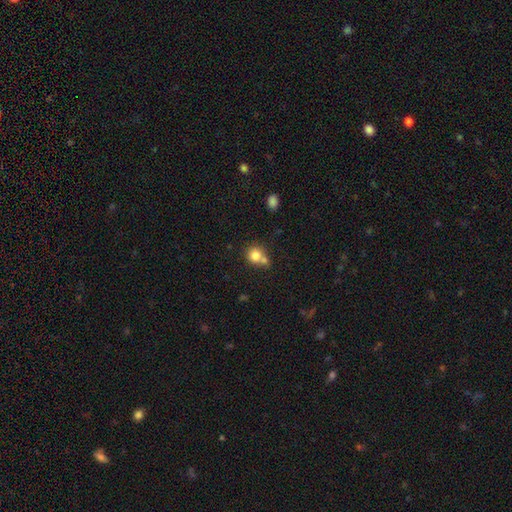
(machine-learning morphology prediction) smooth_or_featured: smooth (p=0.79) [alt: star or artifact p=0.10]
how_rounded: round (p=0.82) [alt: in between p=0.17]
merging: none (p=0.46) [alt: merger p=0.40]